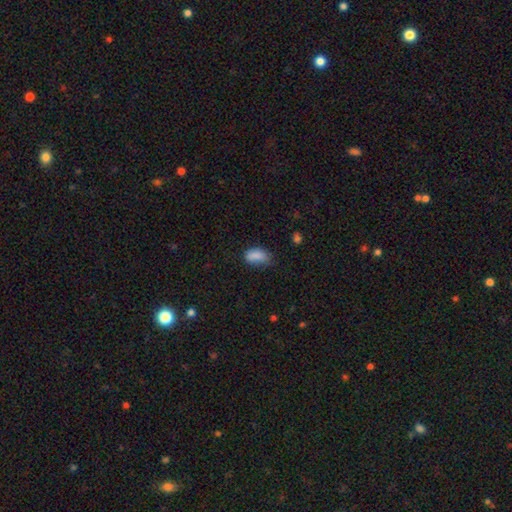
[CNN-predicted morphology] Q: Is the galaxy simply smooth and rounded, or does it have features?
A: smooth — 85%.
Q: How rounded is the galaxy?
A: in between — 91%.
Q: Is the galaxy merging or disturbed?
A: none — 53%.